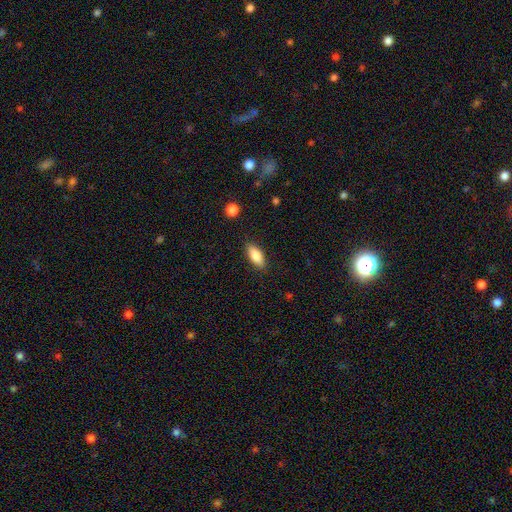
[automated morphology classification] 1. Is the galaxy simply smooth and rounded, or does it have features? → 84% smooth, 9% featured or disk, 7% star or artifact.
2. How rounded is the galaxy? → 83% in between, 15% cigar-shaped, 2% round.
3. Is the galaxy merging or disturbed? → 87% none, 10% minor disturbance, 2% major disturbance, 1% merger.